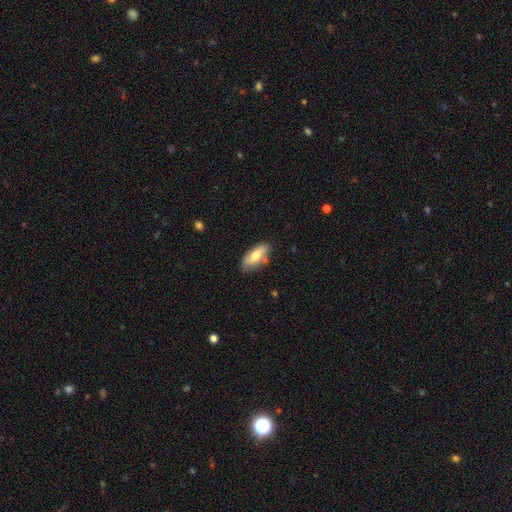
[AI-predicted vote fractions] A smooth galaxy with no disk features (66%) that is in between round and cigar-shaped (82%).

Vote fractions:
- Smooth or featured? smooth: 66% / featured or disk: 28% / star or artifact: 6%
- How rounded? in between: 82% / cigar-shaped: 15% / round: 3%
- Merging? none: 74% / minor disturbance: 19% / merger: 4% / major disturbance: 3%